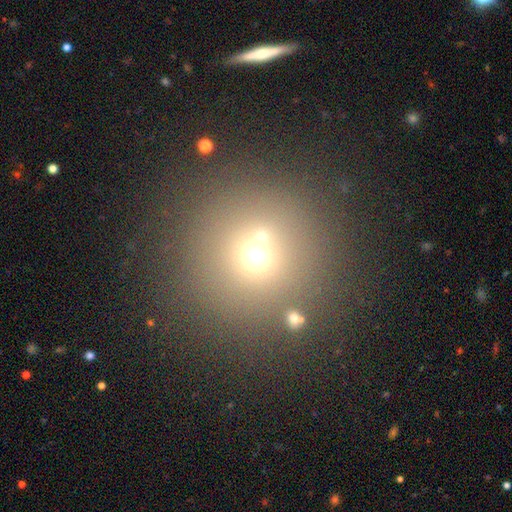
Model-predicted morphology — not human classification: smooth 62%, star or artifact 26%, featured or disk 12%. Down the decision tree: how rounded — round (96%); merging — none (74%).